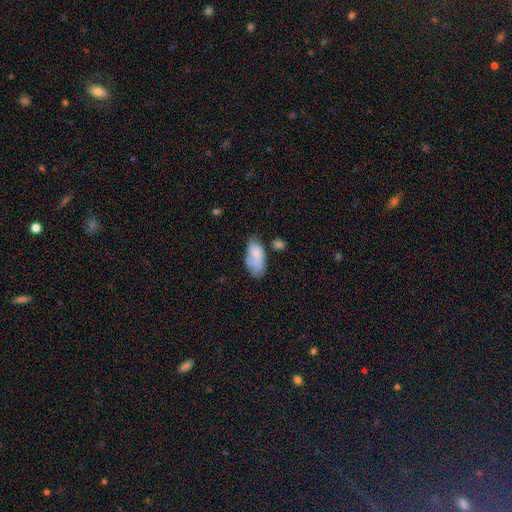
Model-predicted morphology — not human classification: smooth-or-featured: smooth: 67% | featured or disk: 26% | star or artifact: 7%
  how-rounded: in between: 92% | cigar-shaped: 5% | round: 4%
  merging: none: 39% | minor disturbance: 32% | major disturbance: 18% | merger: 11%